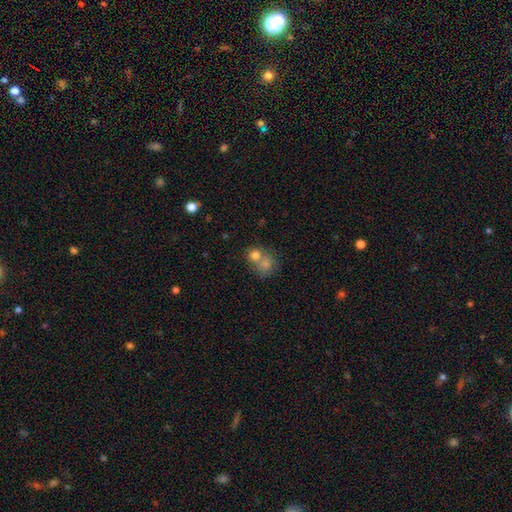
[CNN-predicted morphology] Smooth or featured? Predicted: smooth (p=0.75). How rounded? Predicted: round (p=0.73). Merging? Predicted: merger (p=0.57).